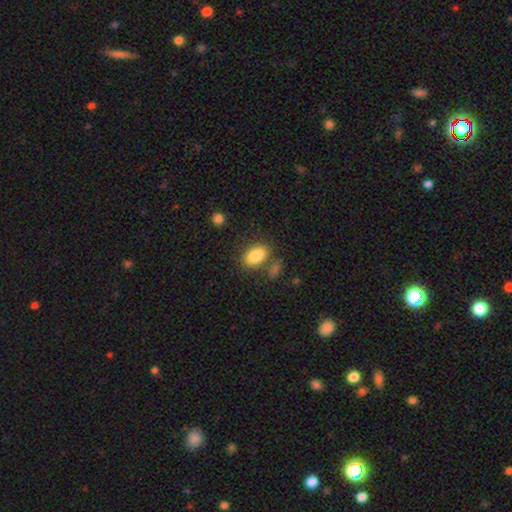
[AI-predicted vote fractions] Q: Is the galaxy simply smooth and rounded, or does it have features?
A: smooth — 85%.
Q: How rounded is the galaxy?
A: in between — 91%.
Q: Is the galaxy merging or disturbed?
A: none — 70%.